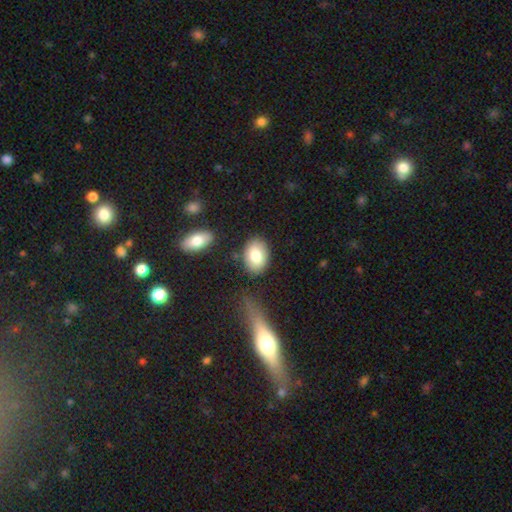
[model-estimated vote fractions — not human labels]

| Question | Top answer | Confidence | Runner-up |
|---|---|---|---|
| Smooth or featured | smooth | 81% | featured or disk (12%) |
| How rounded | in between | 78% | round (21%) |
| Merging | none | 81% | minor disturbance (12%) |